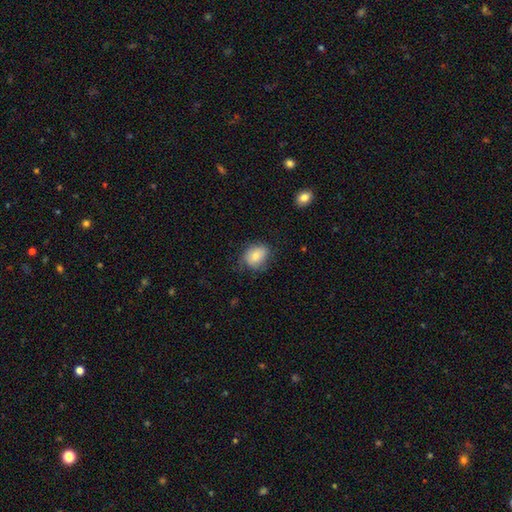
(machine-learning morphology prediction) Smooth or featured? Predicted: smooth (p=0.79). How rounded? Predicted: in between (p=0.59). Merging? Predicted: none (p=0.67).